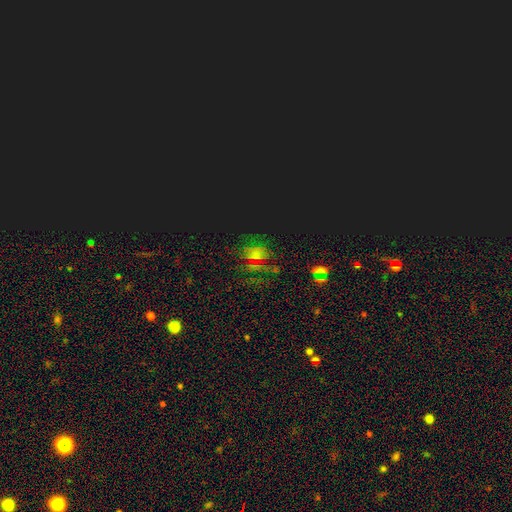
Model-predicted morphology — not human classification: type=star or artifact (66%).